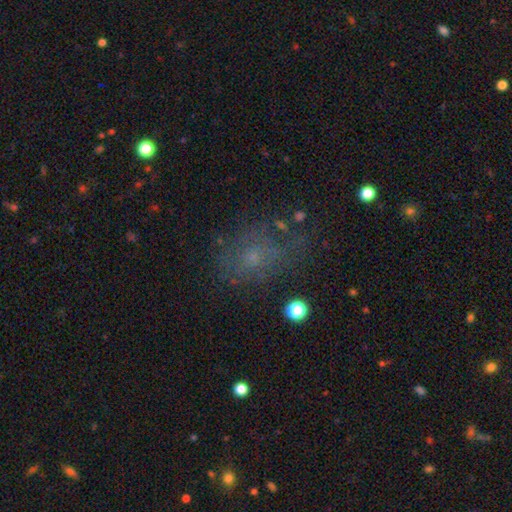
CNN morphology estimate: smooth-or-featured: smooth: 43% | featured or disk: 30% | star or artifact: 27%
  merging: none: 60% | minor disturbance: 21% | major disturbance: 17% | merger: 3%